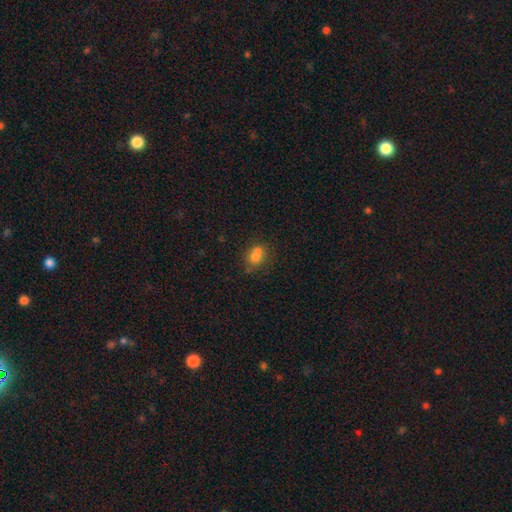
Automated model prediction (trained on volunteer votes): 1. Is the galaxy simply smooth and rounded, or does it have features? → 70% smooth, 16% featured or disk, 13% star or artifact.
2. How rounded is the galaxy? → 58% round, 40% in between, 1% cigar-shaped.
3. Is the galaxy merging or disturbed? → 42% merger, 40% none, 12% minor disturbance, 5% major disturbance.